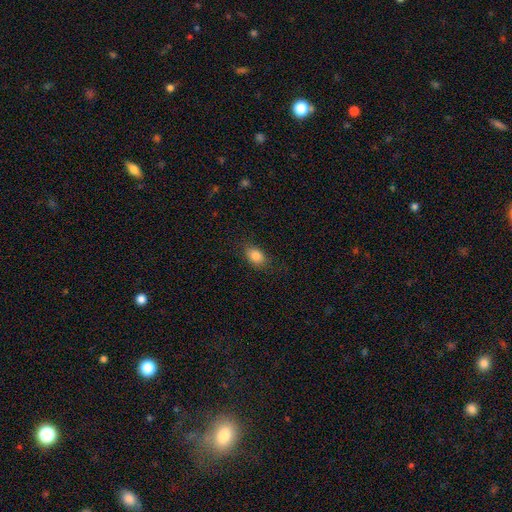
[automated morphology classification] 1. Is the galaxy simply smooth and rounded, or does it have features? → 85% smooth, 9% star or artifact, 6% featured or disk.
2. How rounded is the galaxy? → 81% in between, 17% round, 2% cigar-shaped.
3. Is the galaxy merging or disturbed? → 81% none, 14% minor disturbance, 4% major disturbance, 1% merger.